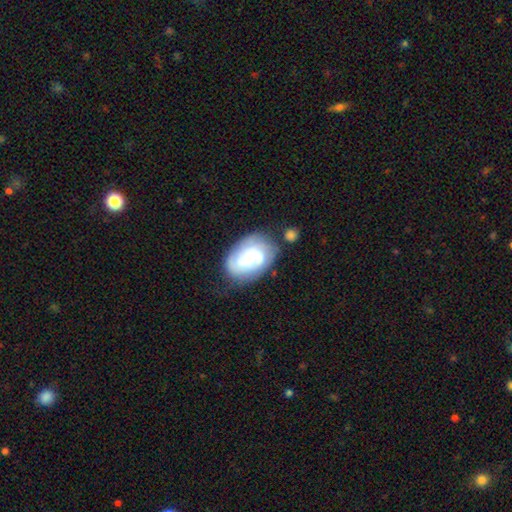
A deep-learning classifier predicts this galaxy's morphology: Smooth or featured? Predicted: featured or disk (p=0.70). Edge-on disk? Predicted: no (p=0.97). Bar? Predicted: no (p=0.51). Spiral arms? Predicted: yes (p=0.93). Spiral winding? Predicted: tight (p=0.44). Spiral arm count? Predicted: 2 (p=0.49). Bulge size? Predicted: small (p=0.46). Merging? Predicted: none (p=0.65).